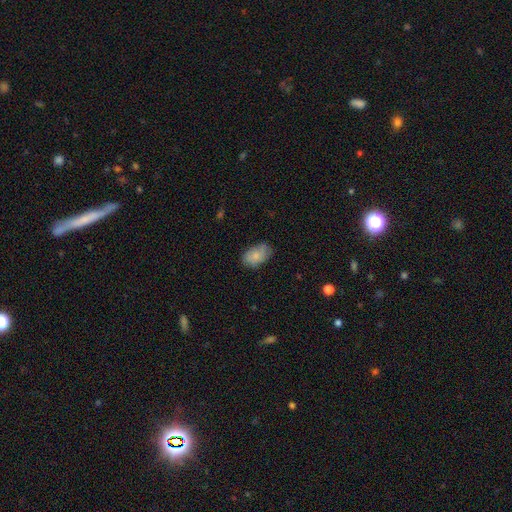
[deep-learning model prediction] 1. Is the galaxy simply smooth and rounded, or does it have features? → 78% smooth, 15% featured or disk, 7% star or artifact.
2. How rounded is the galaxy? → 91% in between, 7% round, 1% cigar-shaped.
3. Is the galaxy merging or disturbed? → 71% none, 23% minor disturbance, 5% major disturbance, 1% merger.